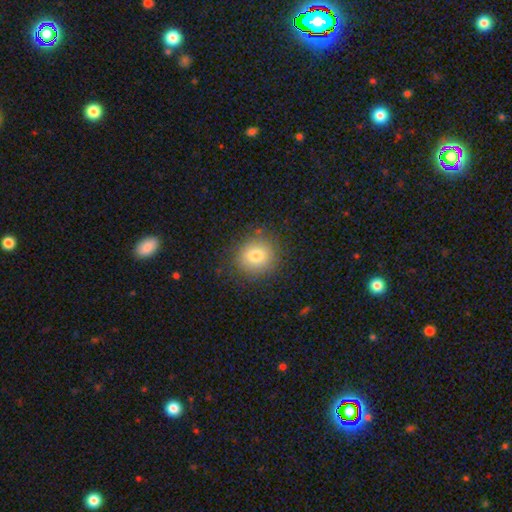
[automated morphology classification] A smooth galaxy with no disk features (80%) that is round (87%). Merging: none (85%).